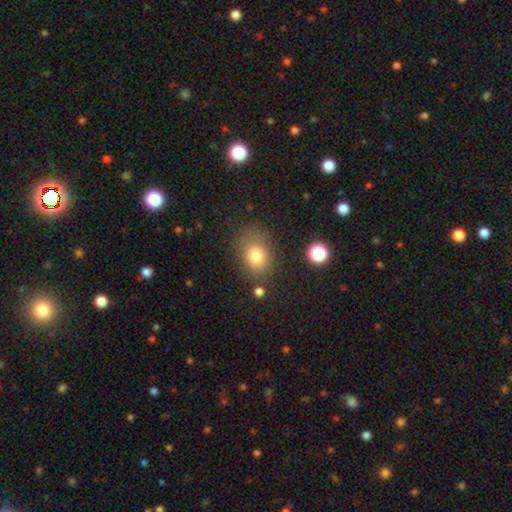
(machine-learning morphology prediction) type=smooth (77%); roundness=in between (62%); merging=none (72%).